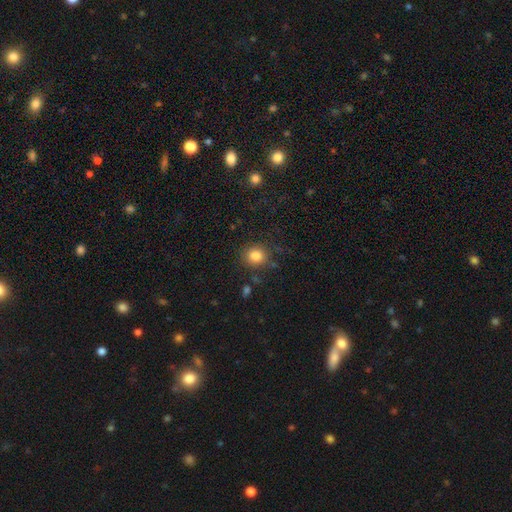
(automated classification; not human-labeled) A smooth galaxy with no disk features (83%) that is round (84%).

Vote fractions:
- Smooth or featured? smooth: 83% / star or artifact: 11% / featured or disk: 6%
- How rounded? round: 84% / in between: 15% / cigar-shaped: 1%
- Merging? none: 83% / minor disturbance: 10% / major disturbance: 4% / merger: 3%